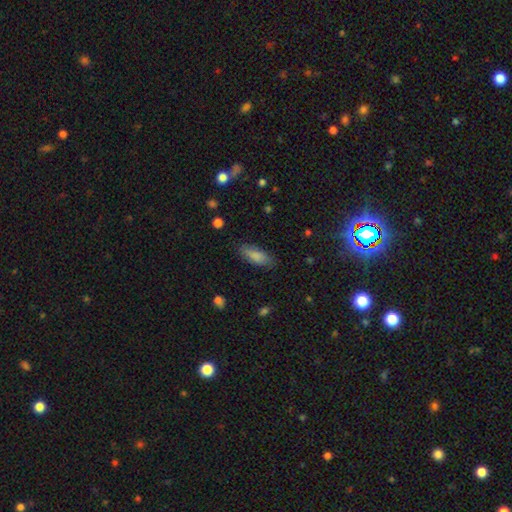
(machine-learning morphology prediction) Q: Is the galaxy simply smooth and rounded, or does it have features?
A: smooth — 83%.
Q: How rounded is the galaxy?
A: in between — 68%.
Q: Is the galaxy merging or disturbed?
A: none — 81%.